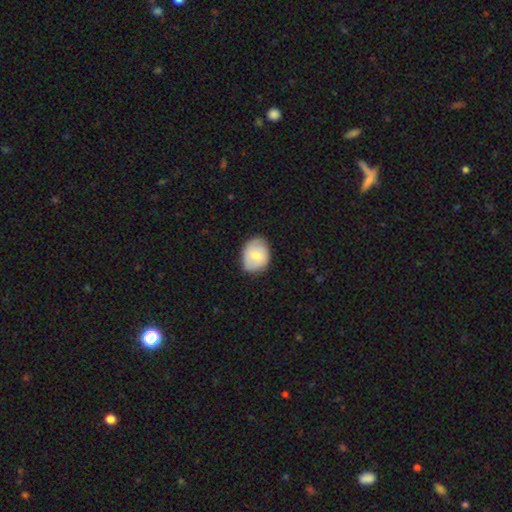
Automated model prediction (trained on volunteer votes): smooth_or_featured: smooth (p=0.70) [alt: featured or disk p=0.24]
how_rounded: in between (p=0.59) [alt: round p=0.40]
merging: none (p=0.75) [alt: minor disturbance p=0.21]